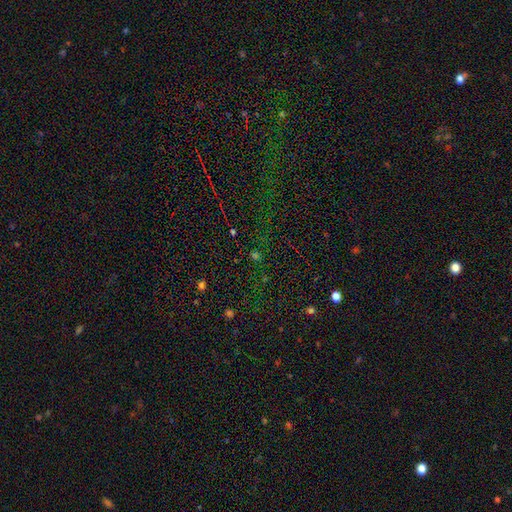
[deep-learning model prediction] This is likely a star or artifact rather than a galaxy (62%).